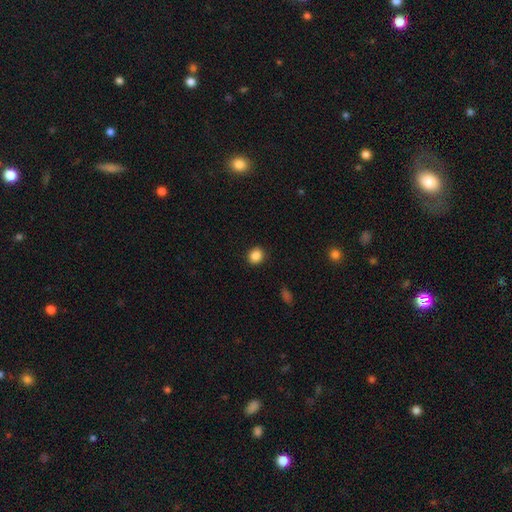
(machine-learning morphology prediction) Smooth or featured? smooth (86%)
How rounded? round (81%)
Merging? none (91%)